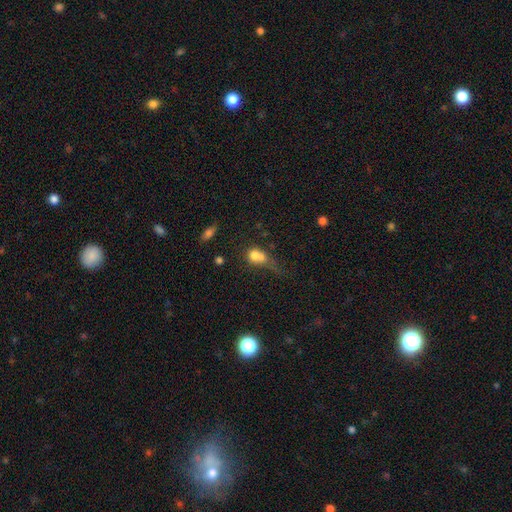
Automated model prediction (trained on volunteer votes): This appears to be a smooth galaxy with no disk features (72%) that is round (55%). Merging: merger (44%).